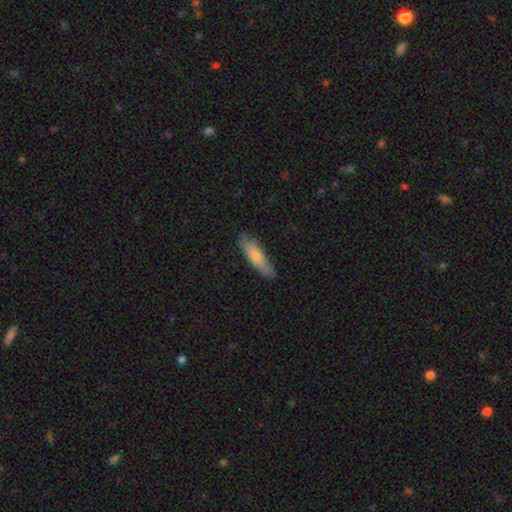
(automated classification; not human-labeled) smooth_or_featured: smooth (p=0.76) [alt: featured or disk p=0.19]
how_rounded: cigar-shaped (p=0.65) [alt: in between p=0.33]
merging: none (p=0.81) [alt: minor disturbance p=0.15]